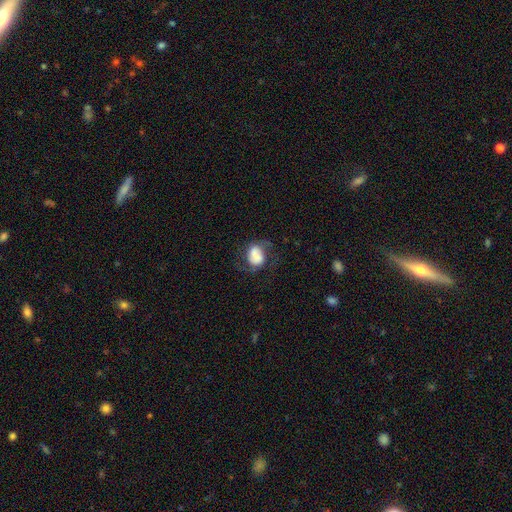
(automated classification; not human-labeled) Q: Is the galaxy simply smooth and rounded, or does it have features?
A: smooth — 49%.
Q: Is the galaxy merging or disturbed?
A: none — 52%.